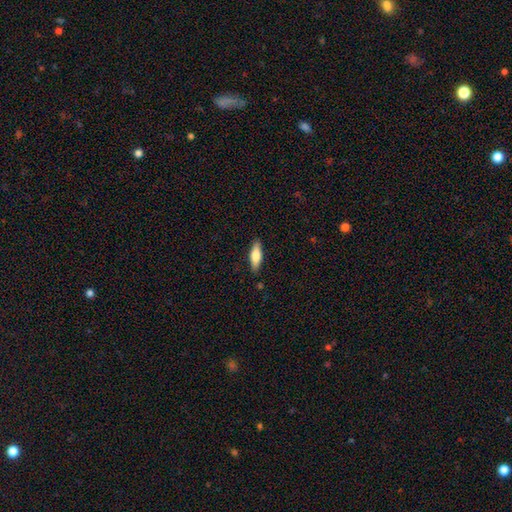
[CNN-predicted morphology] type=smooth (63%); roundness=cigar-shaped (49%, tied with in between); merging=none (88%).